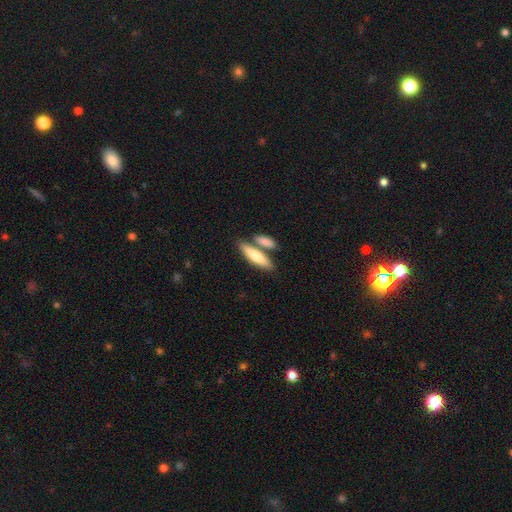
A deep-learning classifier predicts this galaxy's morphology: This is likely a smooth galaxy (75%). How rounded: possibly cigar-shaped (58%). Merging: possibly none (55%).